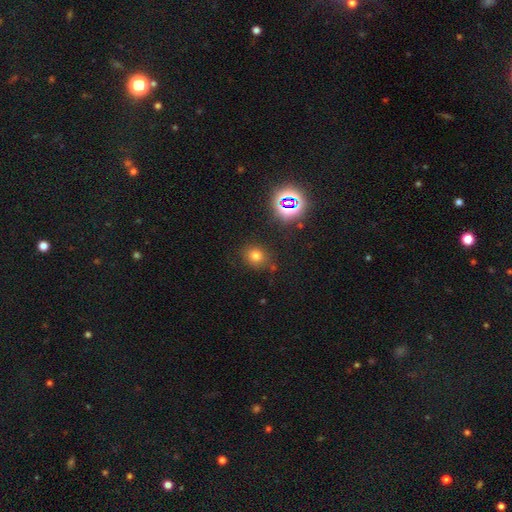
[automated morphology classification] smooth 70%, star or artifact 22%, featured or disk 8%. Down the decision tree: how rounded — round (74%); merging — none (80%).